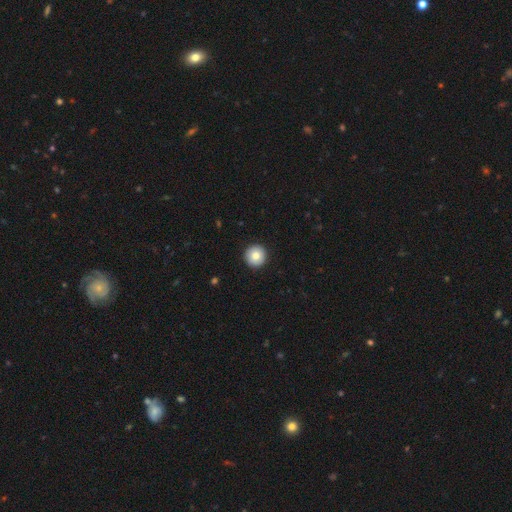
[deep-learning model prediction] A smooth galaxy with no disk features (82%) that is round (97%). Merging: none (93%).